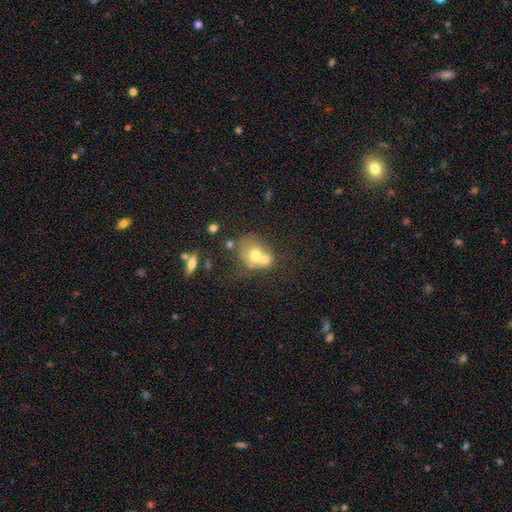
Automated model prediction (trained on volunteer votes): This appears to be a smooth galaxy with no disk features (63%) that is round (61%). Merging: merger (59%).